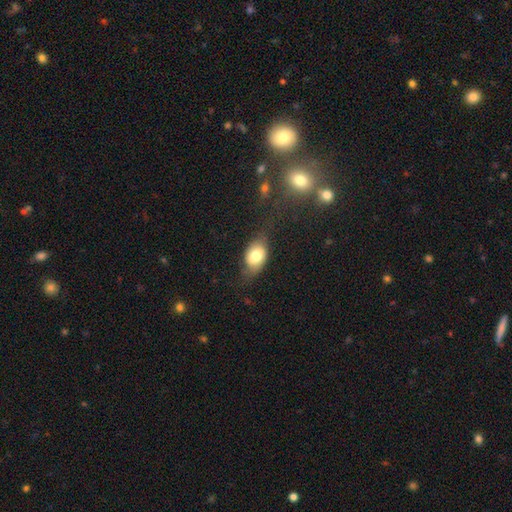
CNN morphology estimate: smooth_or_featured: smooth (p=0.71) [alt: featured or disk p=0.21]
how_rounded: in between (p=0.79) [alt: round p=0.19]
merging: none (p=0.57) [alt: minor disturbance p=0.28]